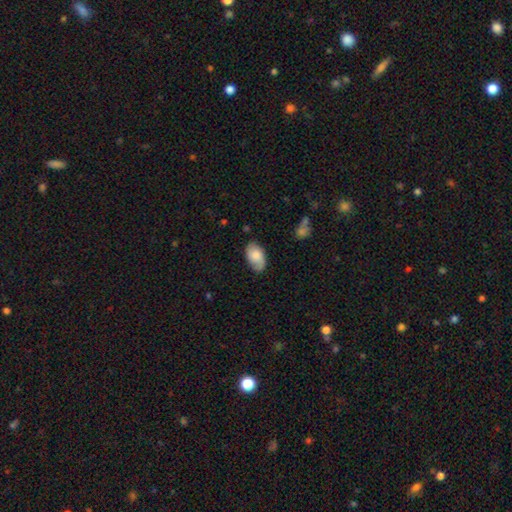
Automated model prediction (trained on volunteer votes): The model was most divided on "smooth or featured": smooth: 69%, featured or disk: 24%, star or artifact: 7%. More confident: how rounded — in between (93%); merging — none (72%).